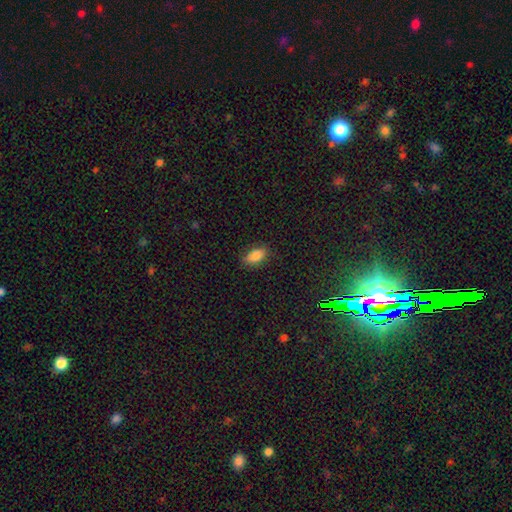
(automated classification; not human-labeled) This is clearly a smooth galaxy (84%). How rounded: clearly in between (89%). Merging: clearly none (84%).